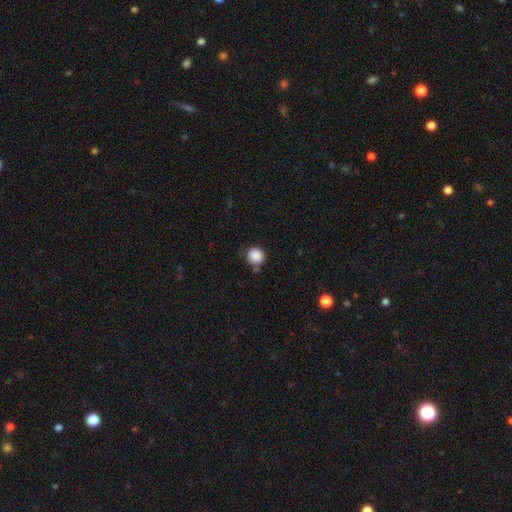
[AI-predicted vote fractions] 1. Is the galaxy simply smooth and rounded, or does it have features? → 88% smooth, 9% star or artifact, 3% featured or disk.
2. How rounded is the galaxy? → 90% round, 9% in between, 1% cigar-shaped.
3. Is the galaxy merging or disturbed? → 74% none, 16% minor disturbance, 6% merger, 4% major disturbance.